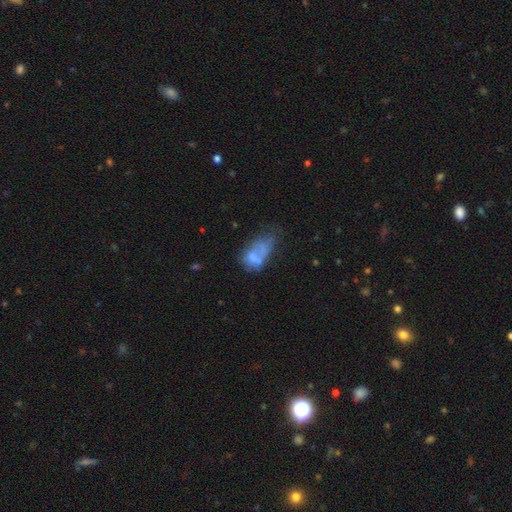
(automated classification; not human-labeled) smooth-or-featured: smooth: 55% | featured or disk: 34% | star or artifact: 11%
  how-rounded: in between: 87% | round: 9% | cigar-shaped: 4%
  merging: major disturbance: 31% | merger: 26% | minor disturbance: 22% | none: 21%